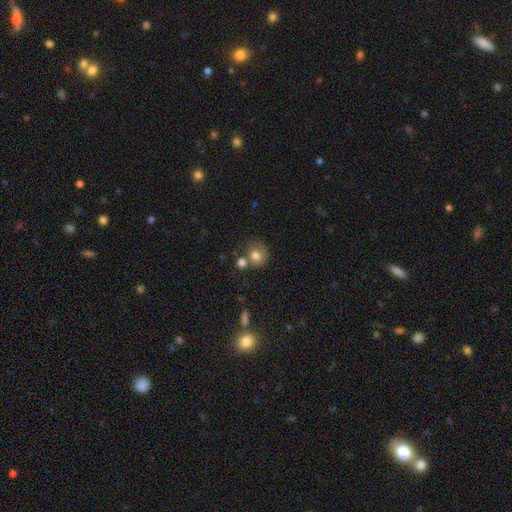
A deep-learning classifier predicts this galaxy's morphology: smooth 77%, featured or disk 12%, star or artifact 11%. Down the decision tree: how rounded — round (82%); merging — none (53%).